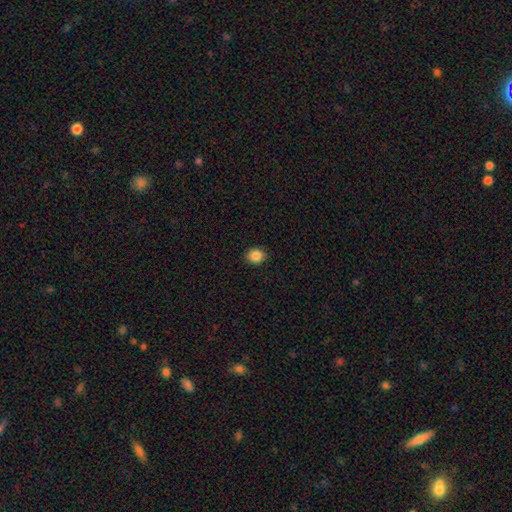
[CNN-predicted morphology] The model was most divided on "how rounded": round: 69%, in between: 30%, cigar-shaped: 1%. More confident: merging — none (90%); smooth or featured — smooth (87%).